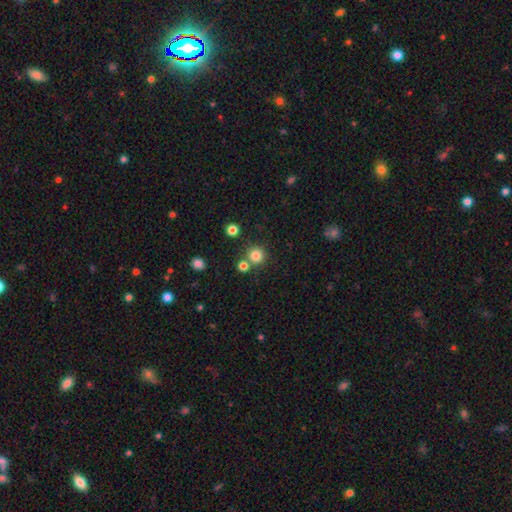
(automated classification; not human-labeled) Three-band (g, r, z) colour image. It shows a smooth galaxy with no disk features (81%) that is round (94%). Merging: none (75%).